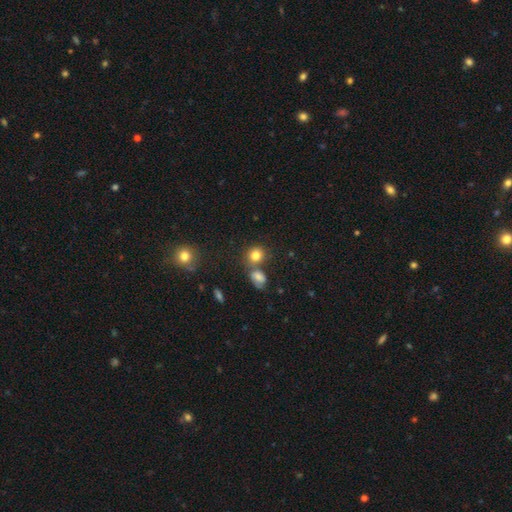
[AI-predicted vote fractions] The model was most divided on "merging": none: 59%, merger: 26%, minor disturbance: 11%, major disturbance: 4%. More confident: smooth or featured — smooth (80%); how rounded — round (73%).